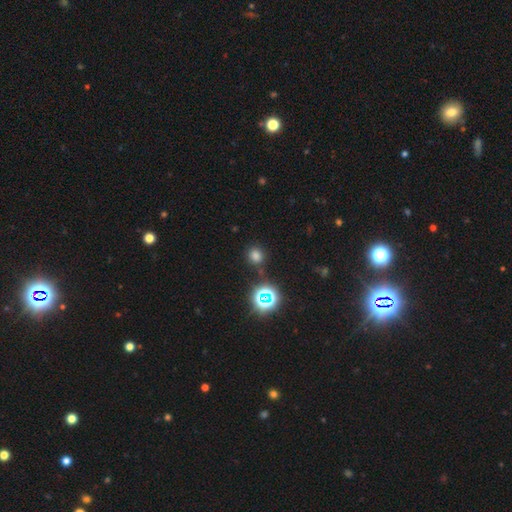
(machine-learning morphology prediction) smooth-or-featured: smooth: 71% | star or artifact: 24% | featured or disk: 5%
  how-rounded: round: 83% | in between: 16% | cigar-shaped: 1%
  merging: none: 83% | minor disturbance: 9% | merger: 5% | major disturbance: 3%